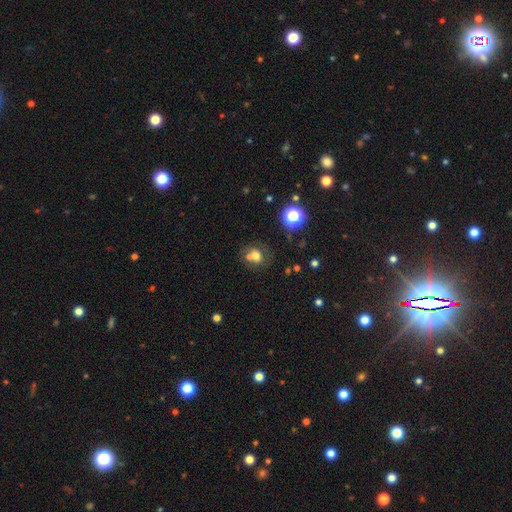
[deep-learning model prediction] Smooth or featured? smooth (63%)
How rounded? round (69%)
Merging? none (43%)